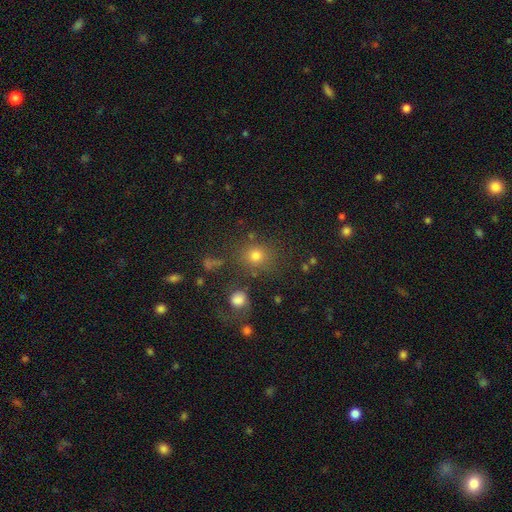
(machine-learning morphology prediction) Q: Smooth or featured?
A: smooth (74%); runner-up: star or artifact (18%)
Q: How rounded?
A: round (81%); runner-up: in between (18%)
Q: Merging?
A: none (76%); runner-up: minor disturbance (11%)